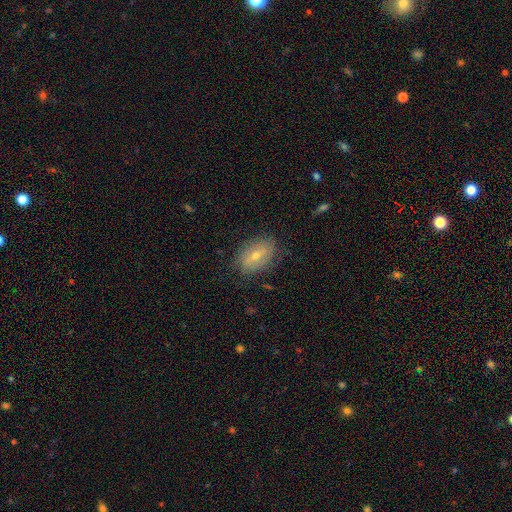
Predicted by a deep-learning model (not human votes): Overall: featured or disk (52%; smooth 37%). Edge-on disk: no (90%). Merging: none (78%).